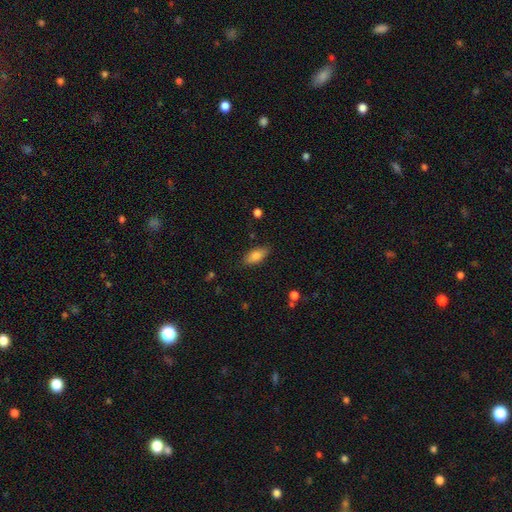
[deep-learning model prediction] Smooth or featured? smooth (79%)
How rounded? in between (82%)
Merging? none (84%)